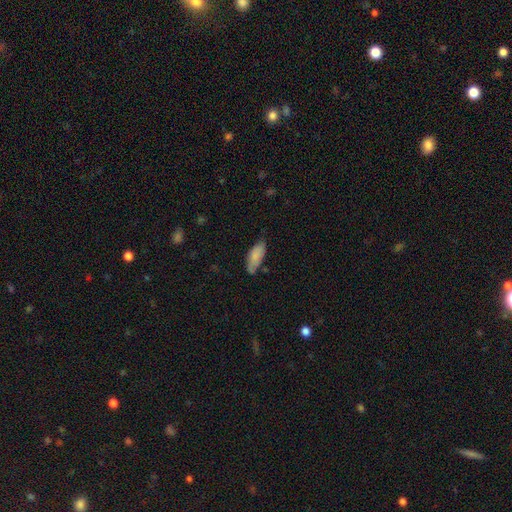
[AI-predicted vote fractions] A smooth galaxy with no disk features (82%) that is in between round and cigar-shaped (81%). Merging: none (61%).